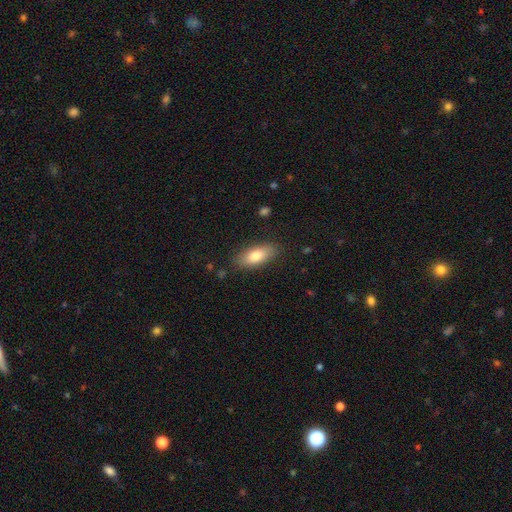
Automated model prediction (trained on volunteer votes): Smooth or featured: smooth — 78% (featured or disk — 15%)
How rounded: in between — 80% (cigar-shaped — 18%)
Merging: none — 84% (minor disturbance — 11%)